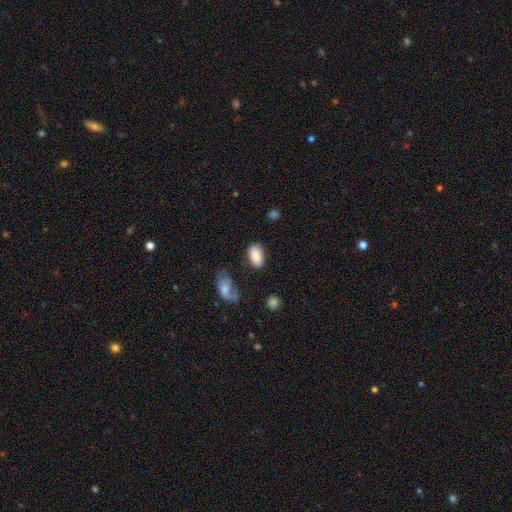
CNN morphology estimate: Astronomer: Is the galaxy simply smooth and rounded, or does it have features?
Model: smooth — 87%.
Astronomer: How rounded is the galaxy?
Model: in between — 93%.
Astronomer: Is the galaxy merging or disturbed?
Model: none — 77%.